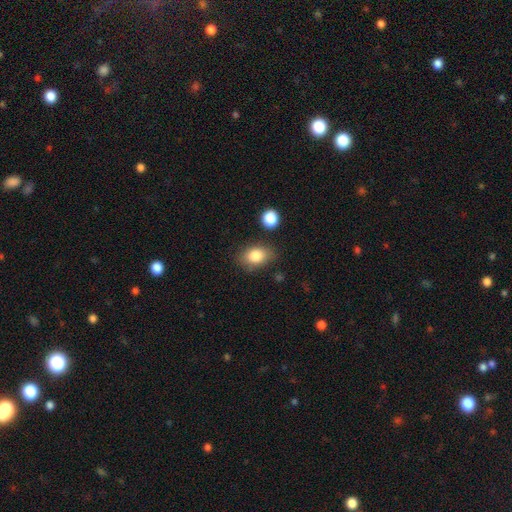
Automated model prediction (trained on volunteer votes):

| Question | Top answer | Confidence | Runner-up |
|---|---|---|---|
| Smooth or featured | smooth | 83% | featured or disk (9%) |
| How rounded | in between | 78% | round (20%) |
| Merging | none | 76% | minor disturbance (16%) |